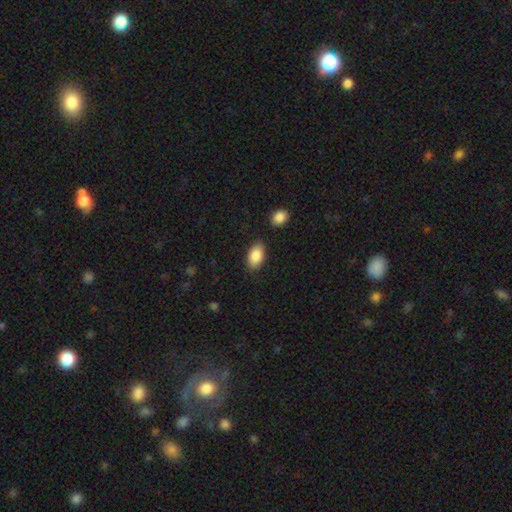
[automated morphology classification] Smooth or featured: smooth — 88% (star or artifact — 7%)
How rounded: in between — 93% (round — 5%)
Merging: none — 84% (minor disturbance — 10%)